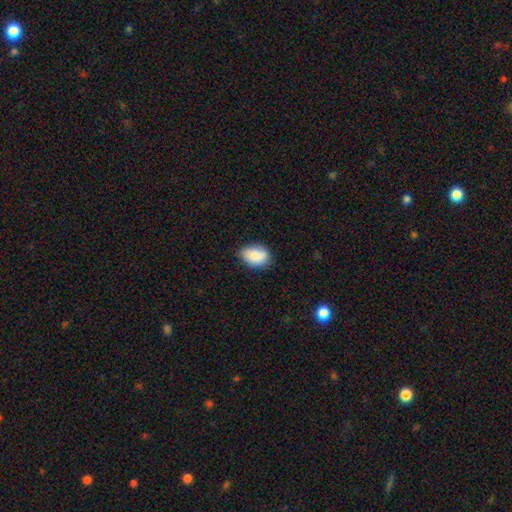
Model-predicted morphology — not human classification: Smooth or featured?
  - smooth: 86% *
  - star or artifact: 7%
  - featured or disk: 7%
How rounded?
  - in between: 82% *
  - round: 17%
  - cigar-shaped: 1%
Merging?
  - none: 75% *
  - minor disturbance: 20%
  - major disturbance: 3%
  - merger: 2%